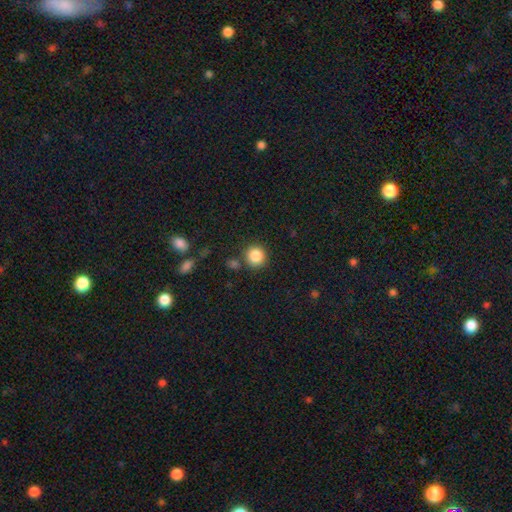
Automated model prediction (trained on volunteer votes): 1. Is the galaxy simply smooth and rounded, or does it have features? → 86% smooth, 10% star or artifact, 4% featured or disk.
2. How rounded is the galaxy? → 91% round, 8% in between, 1% cigar-shaped.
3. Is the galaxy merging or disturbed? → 83% none, 8% minor disturbance, 6% merger, 3% major disturbance.